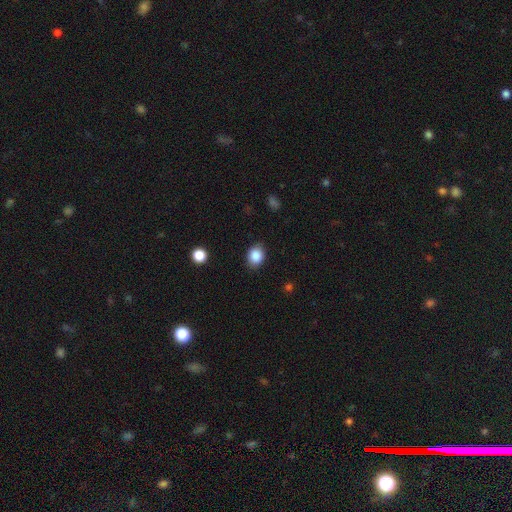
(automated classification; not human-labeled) This is clearly a smooth galaxy (87%). How rounded: possibly in between (50%). Merging: clearly none (85%).